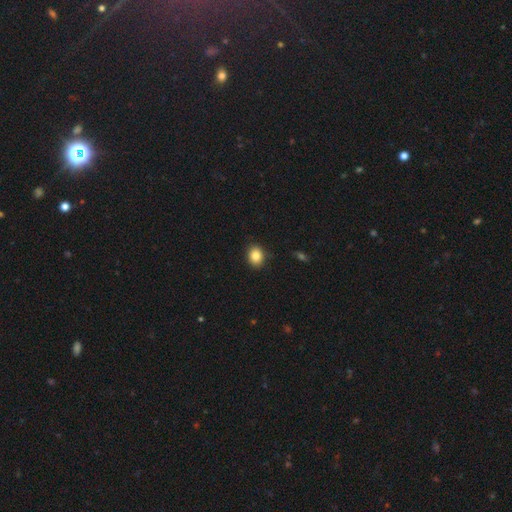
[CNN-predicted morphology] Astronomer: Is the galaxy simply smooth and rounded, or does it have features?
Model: smooth — 85%.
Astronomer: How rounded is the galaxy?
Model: in between — 51% (runner-up: round, 48%).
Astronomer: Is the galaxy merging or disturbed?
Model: none — 88%.